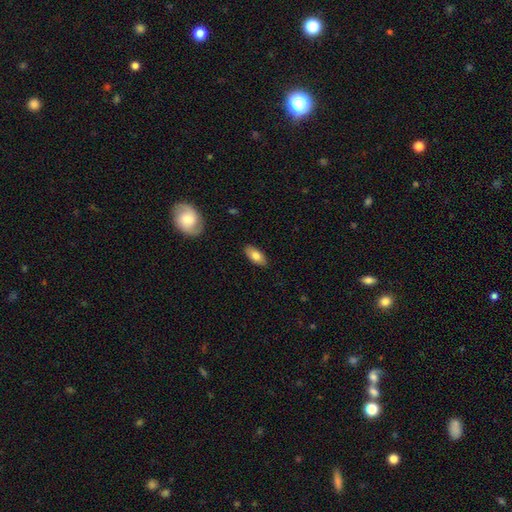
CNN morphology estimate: The model was most divided on "smooth or featured": smooth: 78%, featured or disk: 16%, star or artifact: 7%. More confident: how rounded — in between (89%); merging — none (87%).